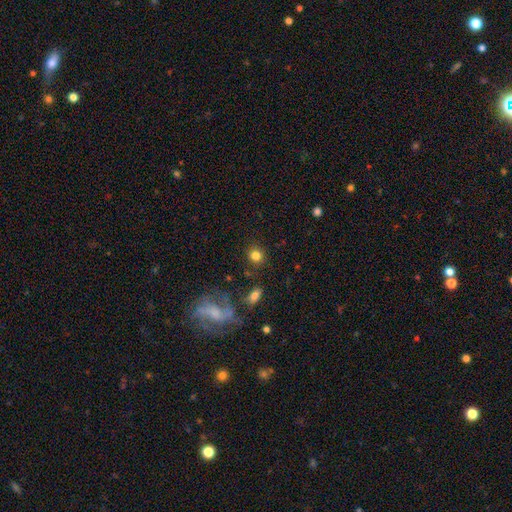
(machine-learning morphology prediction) smooth-or-featured: smooth: 81% | star or artifact: 12% | featured or disk: 7%
  how-rounded: round: 83% | in between: 15% | cigar-shaped: 1%
  merging: none: 83% | minor disturbance: 9% | major disturbance: 4% | merger: 4%